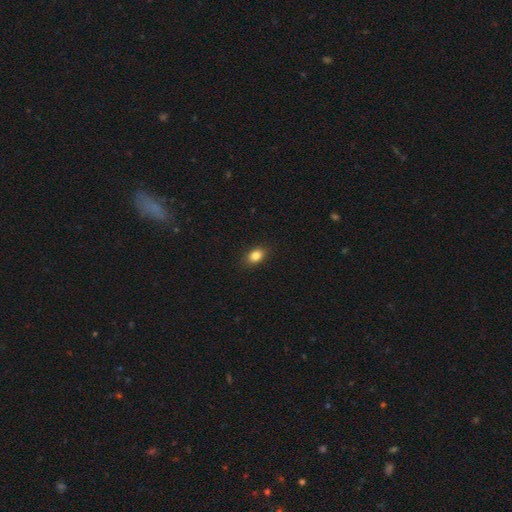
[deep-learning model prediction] smooth 85%, star or artifact 9%, featured or disk 6%. Down the decision tree: how rounded — in between (77%); merging — none (88%).